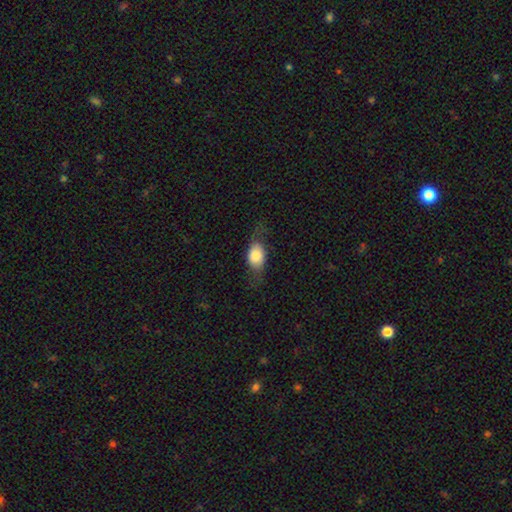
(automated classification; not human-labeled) Smooth or featured: smooth — 70% (featured or disk — 22%)
How rounded: in between — 76% (round — 19%)
Merging: none — 59% (minor disturbance — 25%)